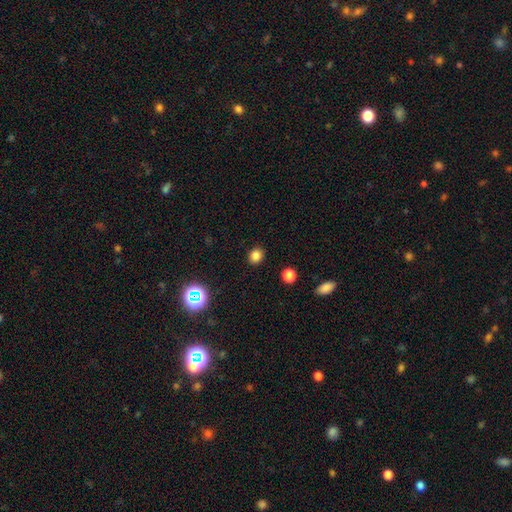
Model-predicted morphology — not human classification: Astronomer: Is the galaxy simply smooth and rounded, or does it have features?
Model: smooth — 81%.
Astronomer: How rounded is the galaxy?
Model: round — 73%.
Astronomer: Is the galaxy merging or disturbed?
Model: none — 90%.